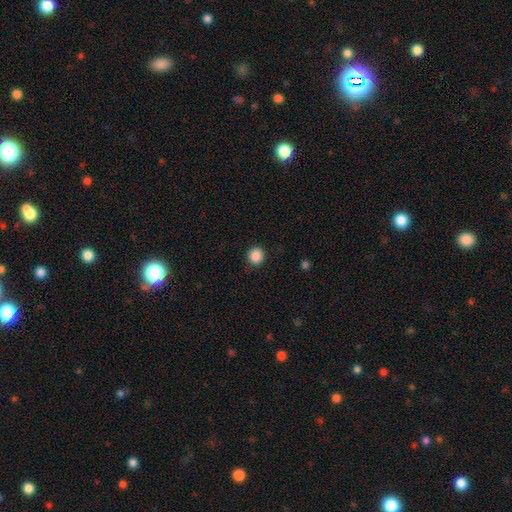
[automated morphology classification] Smooth or featured? smooth (88%)
How rounded? round (87%)
Merging? none (90%)